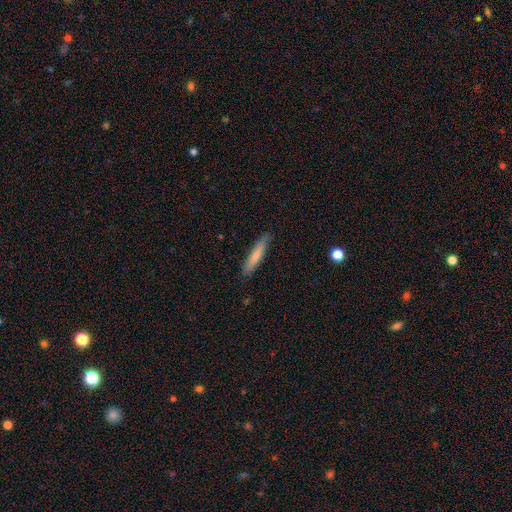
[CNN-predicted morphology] smooth_or_featured: smooth (p=0.70) [alt: featured or disk p=0.25]
how_rounded: cigar-shaped (p=0.90) [alt: in between p=0.08]
merging: none (p=0.87) [alt: minor disturbance p=0.10]